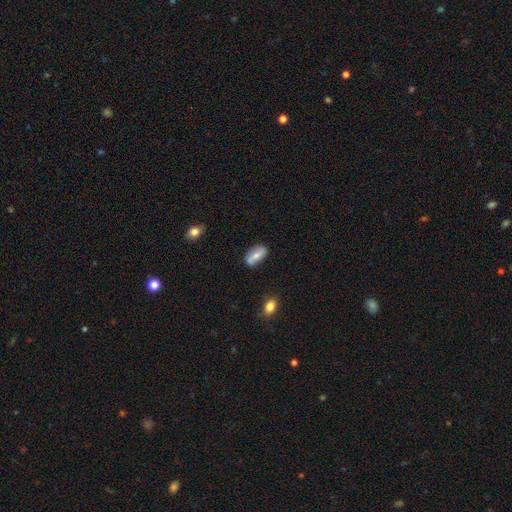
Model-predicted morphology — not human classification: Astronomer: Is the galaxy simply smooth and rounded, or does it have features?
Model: smooth — 63%.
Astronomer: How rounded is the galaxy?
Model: in between — 88%.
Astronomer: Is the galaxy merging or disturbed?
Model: none — 70%.